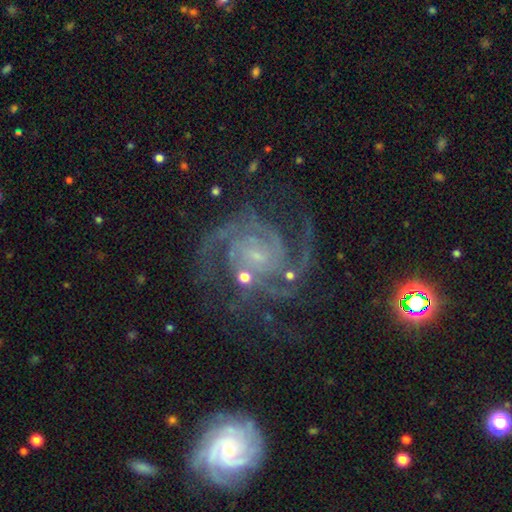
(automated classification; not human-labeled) smooth-or-featured: featured or disk: 90% | star or artifact: 7% | smooth: 3%
  disk-edge-on: no: 98% | yes: 2%
    bar: no: 57% | weak: 32% | strong: 11%
    has-spiral-arms: yes: 98% | no: 2%
      spiral-winding: tight: 52% | medium: 42% | loose: 6%
      spiral-arm-count: 2: 44% | 3: 24% | can't tell: 11% | 4: 9% | more than 4: 6% | 1: 6%
    bulge-size: small: 73% | moderate: 12% | none: 12% | large: 2% | dominant: 1%
  merging: none: 68% | minor disturbance: 16% | major disturbance: 12% | merger: 5%